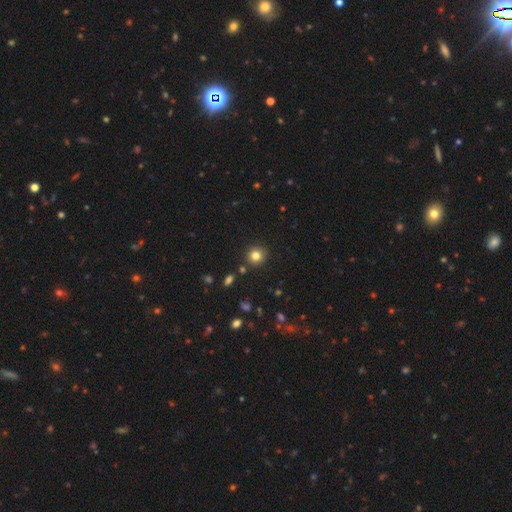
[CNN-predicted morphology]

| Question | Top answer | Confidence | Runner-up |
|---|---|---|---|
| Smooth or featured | smooth | 81% | star or artifact (12%) |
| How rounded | round | 90% | in between (9%) |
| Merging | none | 87% | minor disturbance (7%) |